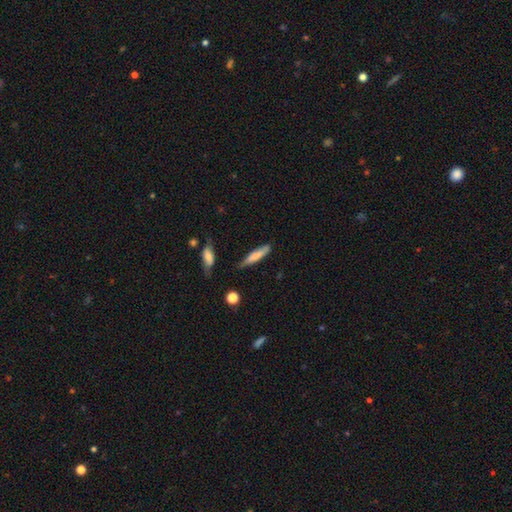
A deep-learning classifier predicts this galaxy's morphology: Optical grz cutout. It shows a smooth galaxy with no disk features (73%) that is cigar-shaped (84%). Merging: none (66%).